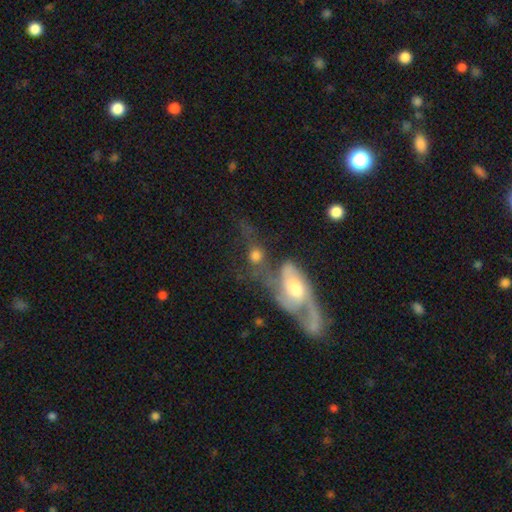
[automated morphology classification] Overall: smooth (54%; featured or disk 32%). How rounded: round (61%; in between 34%). Merging: merger (42%; none 32%).